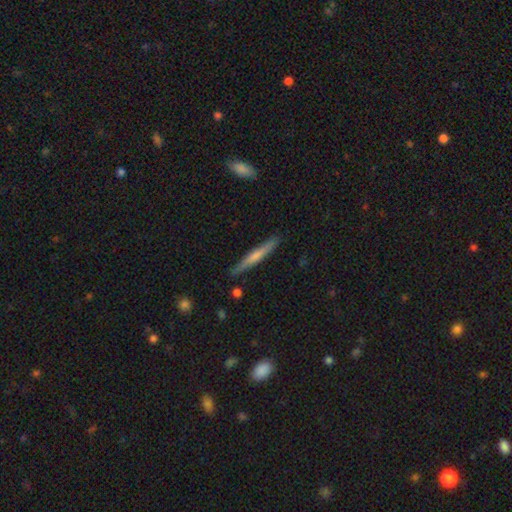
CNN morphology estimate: smooth_or_featured: featured or disk (p=0.51) [alt: smooth p=0.43]
disk_edge_on: yes (p=0.97) [alt: no p=0.03]
merging: none (p=0.89) [alt: minor disturbance p=0.08]